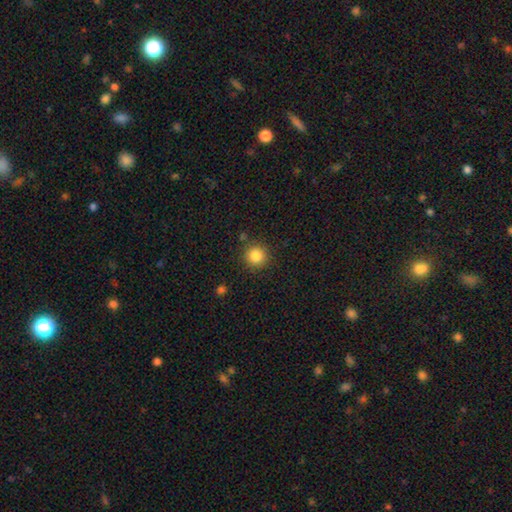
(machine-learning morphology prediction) smooth_or_featured: smooth (p=0.85) [alt: star or artifact p=0.11]
how_rounded: round (p=0.94) [alt: in between p=0.05]
merging: none (p=0.88) [alt: minor disturbance p=0.07]